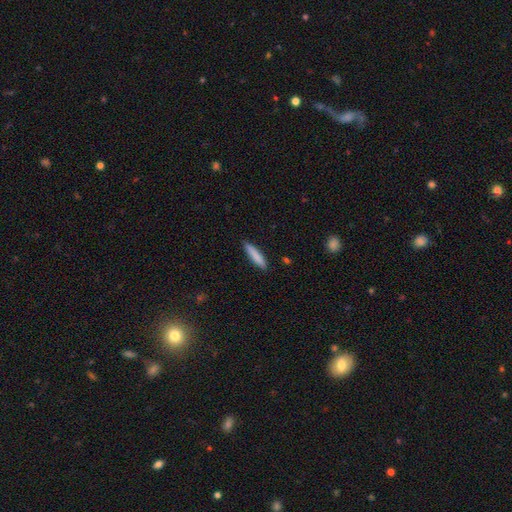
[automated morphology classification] Smooth or featured?
  - smooth: 84% *
  - featured or disk: 10%
  - star or artifact: 6%
How rounded?
  - cigar-shaped: 85% *
  - in between: 13%
  - round: 1%
Merging?
  - none: 87% *
  - minor disturbance: 10%
  - major disturbance: 2%
  - merger: 1%